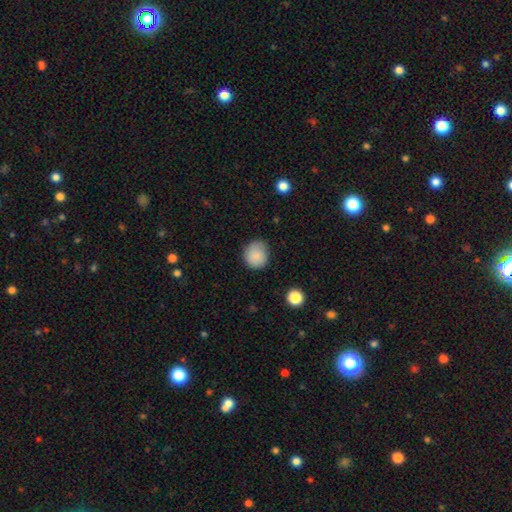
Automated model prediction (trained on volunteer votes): smooth-or-featured: smooth: 86% | star or artifact: 9% | featured or disk: 6%
  how-rounded: round: 82% | in between: 17% | cigar-shaped: 1%
  merging: none: 74% | minor disturbance: 21% | major disturbance: 4% | merger: 1%